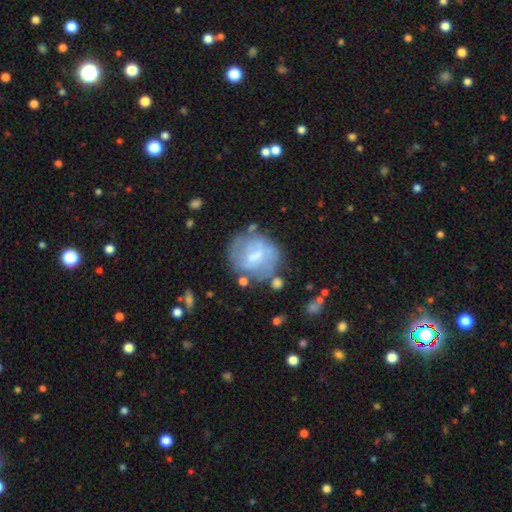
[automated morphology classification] A featured or disk galaxy (54%) with a weak bar (51%), no spiral arms (54%) and a moderate central bulge (40%). Merging: none (59%).